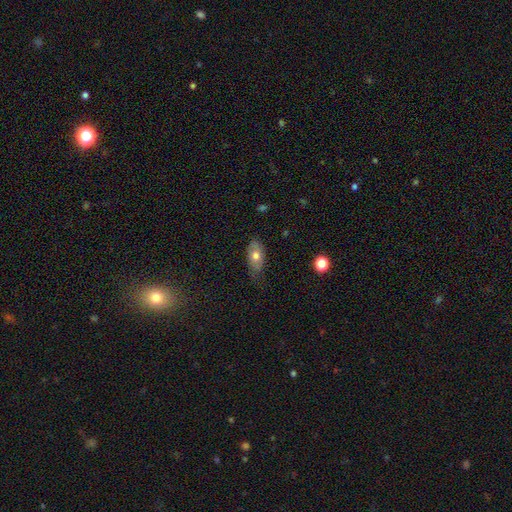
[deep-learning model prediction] This appears to be a smooth galaxy with no disk features (67%) that is in between round and cigar-shaped (88%). Merging: none (59%).